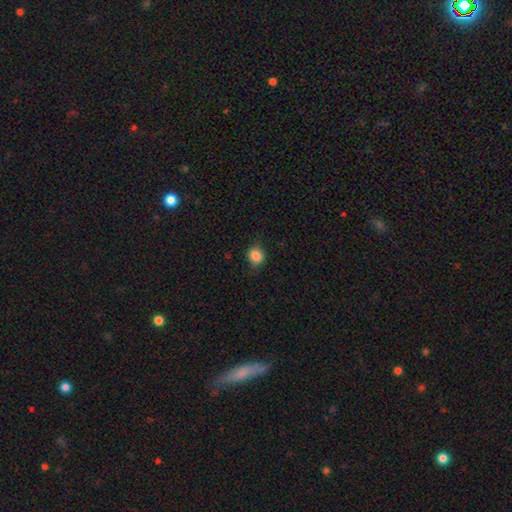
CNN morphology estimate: Overall: smooth (85%). How rounded: round (74%). Merging: none (80%).